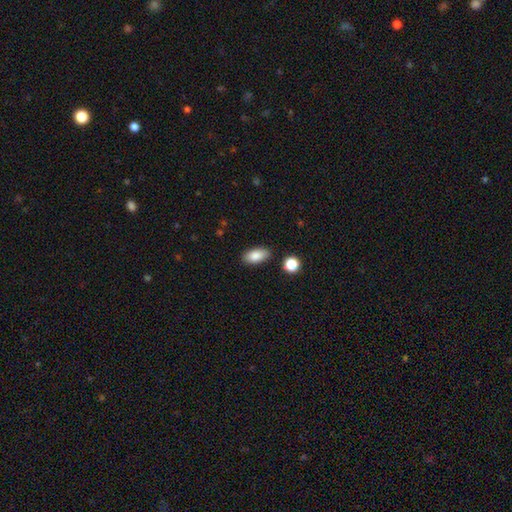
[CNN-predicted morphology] Q: Smooth or featured?
A: smooth (86%); runner-up: star or artifact (7%)
Q: How rounded?
A: in between (90%); runner-up: cigar-shaped (6%)
Q: Merging?
A: none (85%); runner-up: minor disturbance (10%)